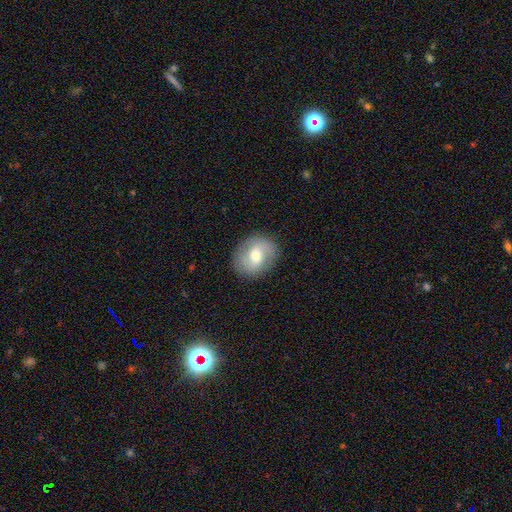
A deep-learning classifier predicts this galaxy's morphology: Smooth or featured?
  - smooth: 47% *
  - featured or disk: 45%
  - star or artifact: 8%
Merging?
  - none: 85% *
  - minor disturbance: 10%
  - major disturbance: 4%
  - merger: 1%